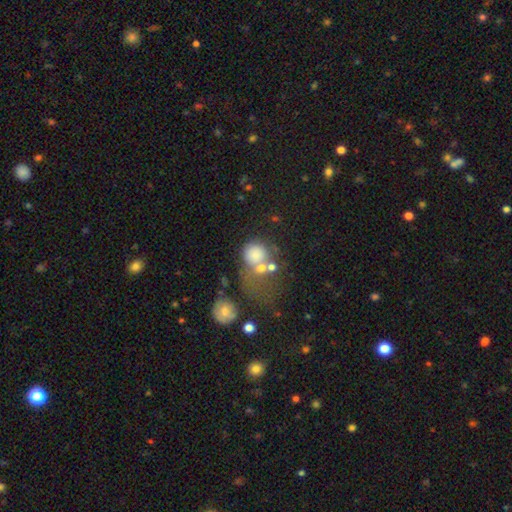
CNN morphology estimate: smooth-or-featured: smooth: 68% | featured or disk: 18% | star or artifact: 14%
  how-rounded: round: 73% | in between: 26% | cigar-shaped: 1%
  merging: merger: 39% | none: 28% | major disturbance: 19% | minor disturbance: 14%